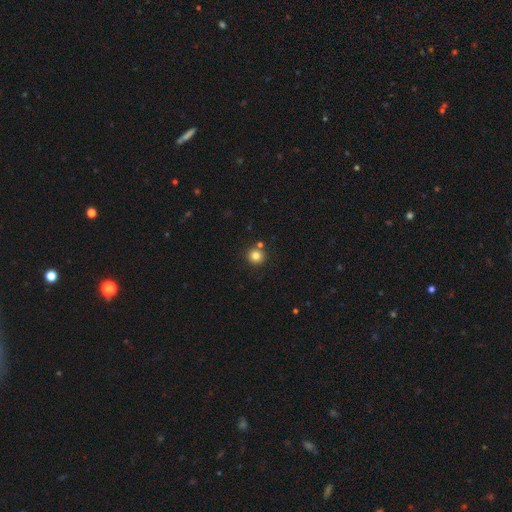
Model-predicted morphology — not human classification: smooth_or_featured: smooth (p=0.82) [alt: star or artifact p=0.12]
how_rounded: round (p=0.94) [alt: in between p=0.05]
merging: none (p=0.81) [alt: merger p=0.09]